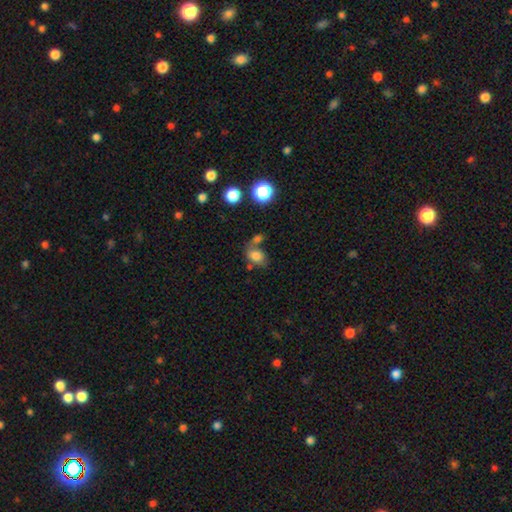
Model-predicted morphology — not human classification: smooth_or_featured: smooth (p=0.76) [alt: star or artifact p=0.12]
how_rounded: in between (p=0.67) [alt: round p=0.32]
merging: none (p=0.44) [alt: merger p=0.30]